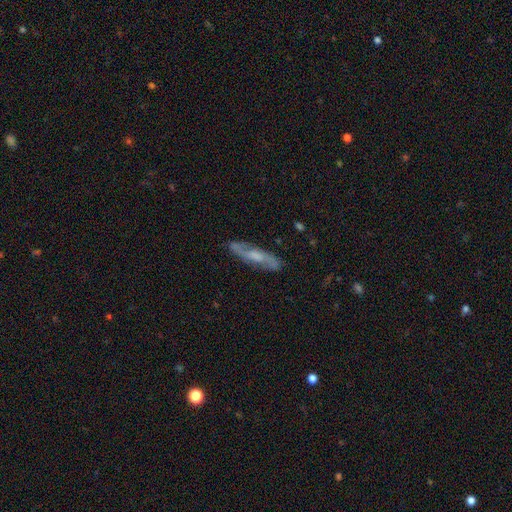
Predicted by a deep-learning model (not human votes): Smooth or featured: featured or disk — 73% (smooth — 21%)
Edge-on disk: no — 71% (yes — 29%)
Bar: no — 44% (weak — 43%)
Spiral arms: yes — 91% (no — 9%)
Bulge size: moderate — 44% (small — 25%)
Merging: none — 83% (minor disturbance — 12%)